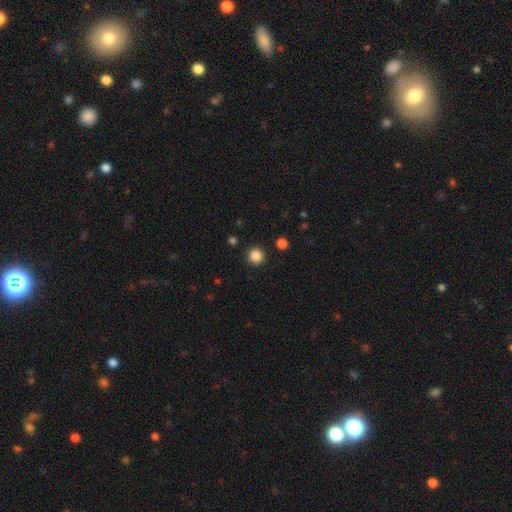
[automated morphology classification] Q: Smooth or featured?
A: smooth (86%); runner-up: star or artifact (11%)
Q: How rounded?
A: round (95%); runner-up: in between (4%)
Q: Merging?
A: none (92%); runner-up: minor disturbance (5%)